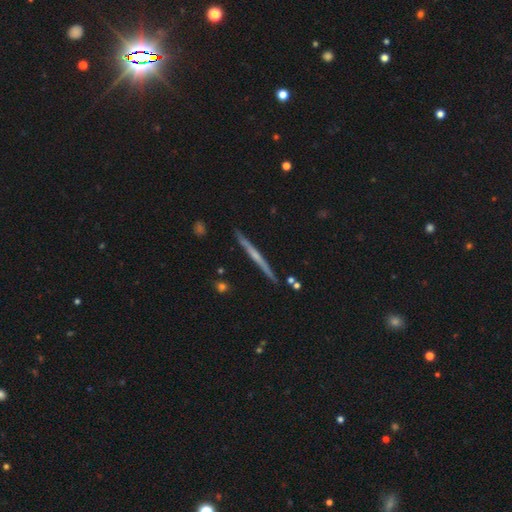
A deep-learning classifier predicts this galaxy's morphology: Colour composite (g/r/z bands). It shows a featured or disk galaxy (68%) viewed edge-on (98%) with no central bulge (59%). Merging: none (90%).